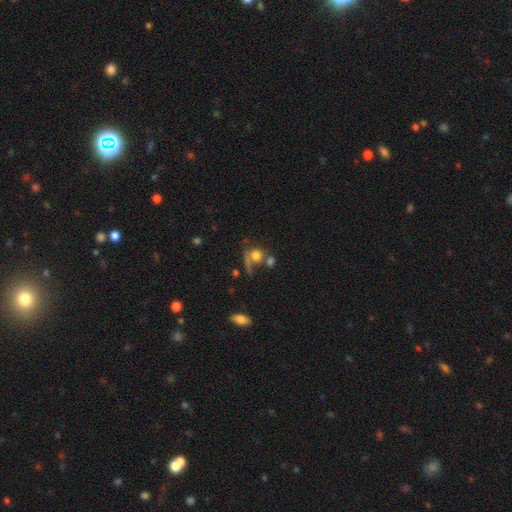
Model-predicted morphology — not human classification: Q: Smooth or featured?
A: smooth (69%); runner-up: featured or disk (17%)
Q: How rounded?
A: round (77%); runner-up: in between (20%)
Q: Merging?
A: none (40%); runner-up: merger (32%)